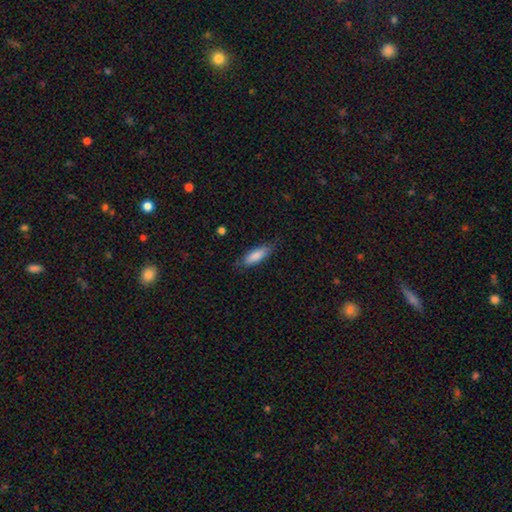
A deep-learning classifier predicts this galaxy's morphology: Overall: smooth (84%). How rounded: in between (58%; cigar-shaped 40%). Merging: none (76%).